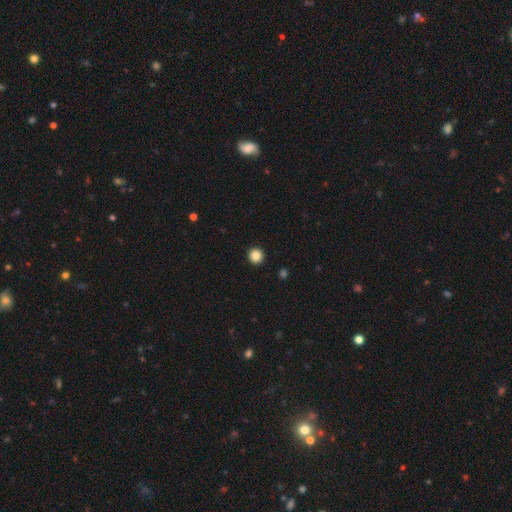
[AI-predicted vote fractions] Smooth or featured? Predicted: smooth (p=0.86). How rounded? Predicted: round (p=0.95). Merging? Predicted: none (p=0.94).